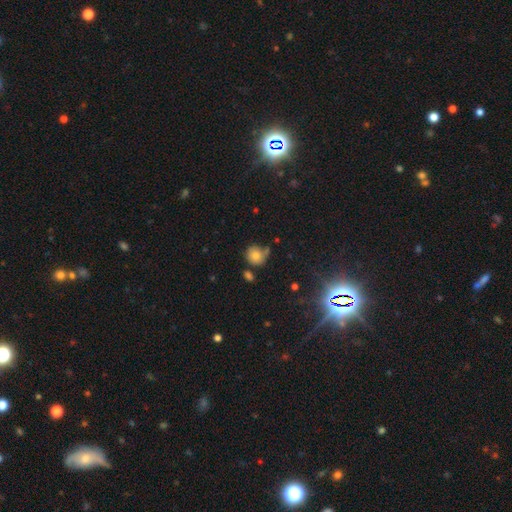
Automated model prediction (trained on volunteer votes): Smooth or featured? Predicted: smooth (p=0.74). How rounded? Predicted: round (p=0.85). Merging? Predicted: none (p=0.59).